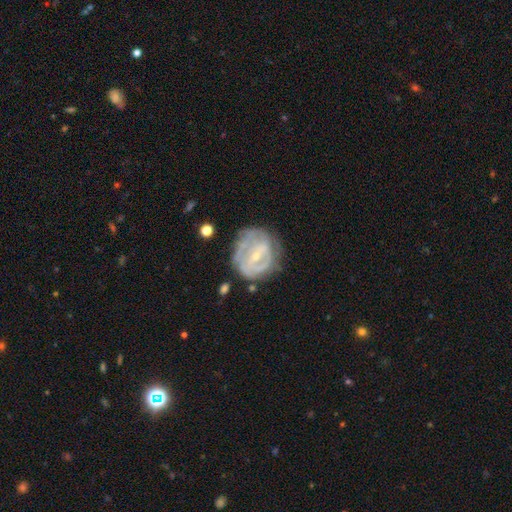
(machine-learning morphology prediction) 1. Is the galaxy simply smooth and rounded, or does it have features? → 72% featured or disk, 21% smooth, 7% star or artifact.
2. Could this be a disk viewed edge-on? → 97% no, 3% yes.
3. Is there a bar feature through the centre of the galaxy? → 45% weak, 35% no, 20% strong.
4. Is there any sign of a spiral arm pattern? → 63% yes, 37% no.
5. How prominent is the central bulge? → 67% small, 27% moderate, 3% none, 1% large, 1% dominant.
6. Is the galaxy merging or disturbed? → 57% none, 24% minor disturbance, 16% major disturbance, 3% merger.